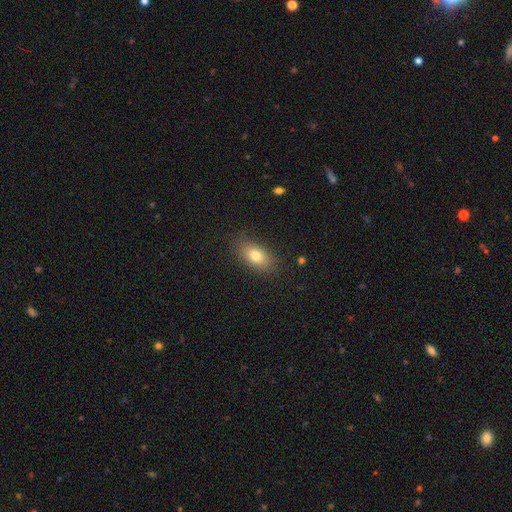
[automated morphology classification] The model was most divided on "smooth or featured": smooth: 77%, featured or disk: 13%, star or artifact: 10%. More confident: how rounded — in between (86%); merging — none (83%).